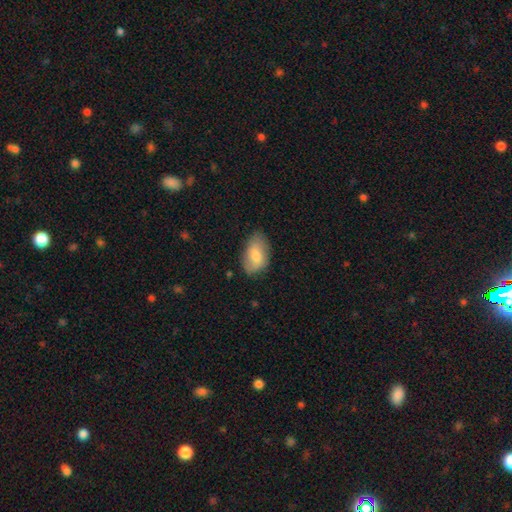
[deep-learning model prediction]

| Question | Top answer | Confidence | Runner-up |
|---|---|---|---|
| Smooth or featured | smooth | 69% | featured or disk (24%) |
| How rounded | in between | 91% | round (7%) |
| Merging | none | 73% | minor disturbance (22%) |